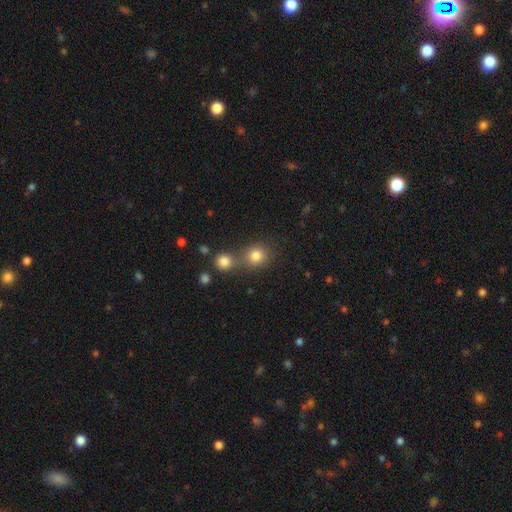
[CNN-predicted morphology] Overall: smooth (80%). How rounded: round (85%). Merging: none (54%; merger 34%).